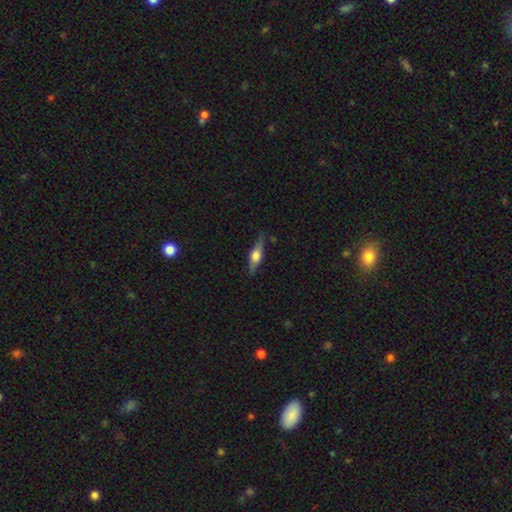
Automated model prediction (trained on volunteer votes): smooth-or-featured: featured or disk: 63% | smooth: 31% | star or artifact: 7%
  disk-edge-on: yes: 95% | no: 5%
    edge-on-bulge: rounded: 90% | boxy: 8% | none: 2%
  merging: none: 82% | minor disturbance: 14% | major disturbance: 3% | merger: 1%